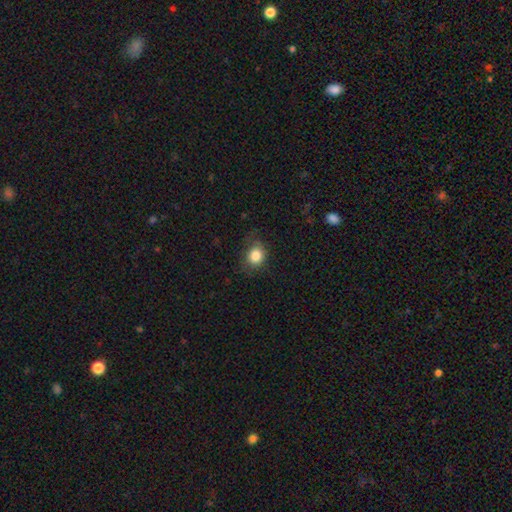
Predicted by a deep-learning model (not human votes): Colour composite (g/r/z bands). It shows a smooth galaxy with no disk features (84%) that is round (67%). Merging: none (73%).